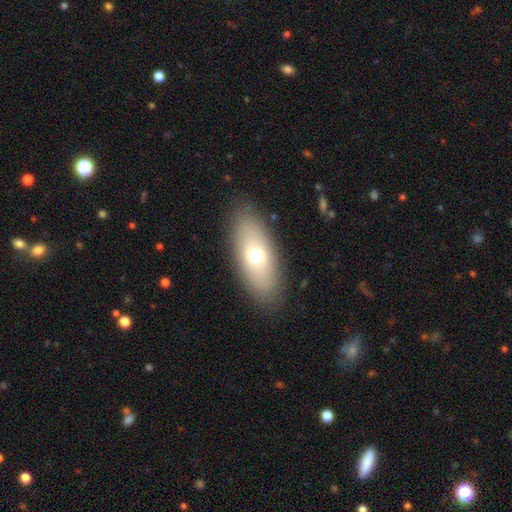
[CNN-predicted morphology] This appears to be a smooth galaxy with no disk features (66%) that is in between round and cigar-shaped (79%). Merging: none (87%).